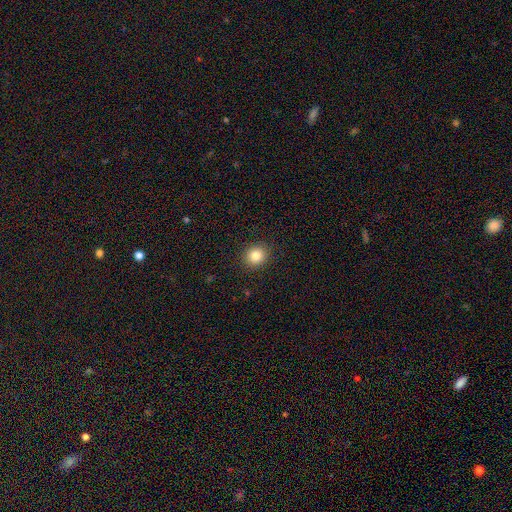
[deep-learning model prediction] A smooth galaxy with no disk features (84%) that is round (80%). Merging: none (91%).